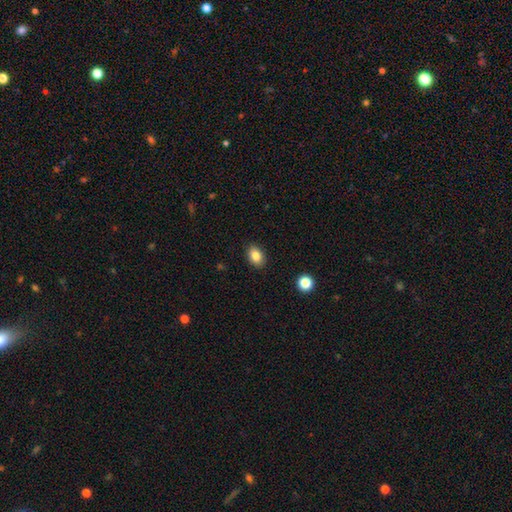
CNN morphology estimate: smooth_or_featured: smooth (p=0.84) [alt: star or artifact p=0.09]
how_rounded: in between (p=0.77) [alt: round p=0.21]
merging: none (p=0.89) [alt: minor disturbance p=0.08]